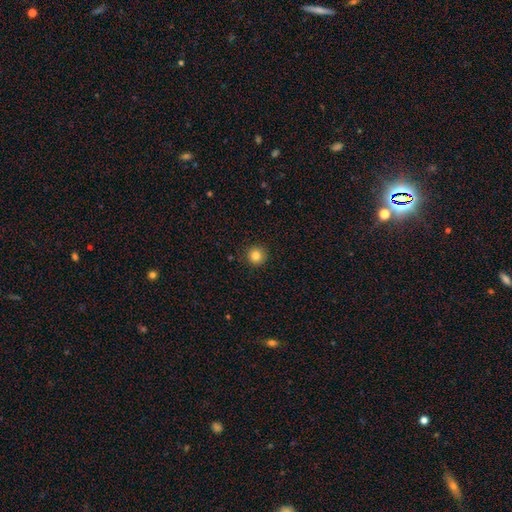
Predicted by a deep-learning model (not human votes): Overall: smooth (84%). How rounded: round (95%). Merging: none (91%).